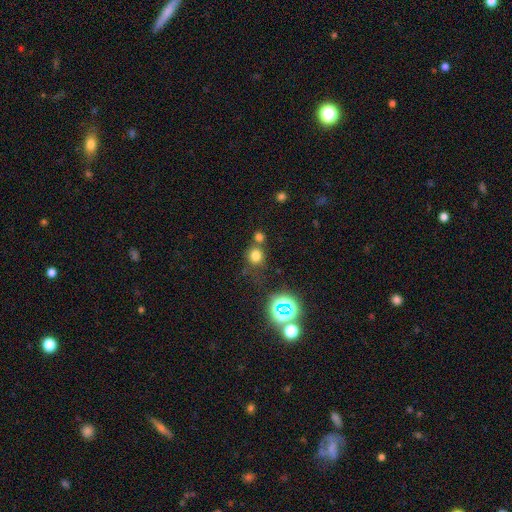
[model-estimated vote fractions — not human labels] Smooth or featured: smooth — 70% (star or artifact — 22%)
How rounded: round — 80% (in between — 19%)
Merging: none — 64% (merger — 21%)